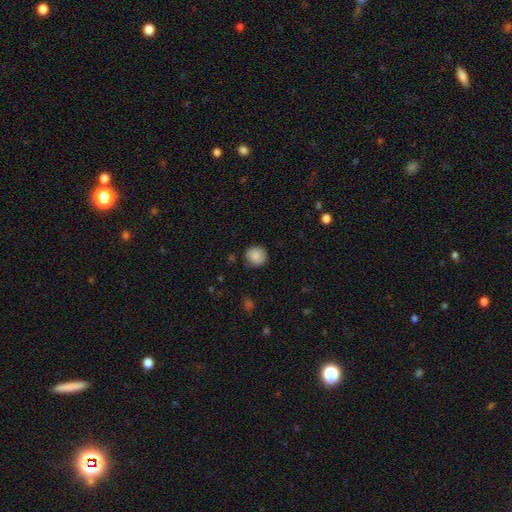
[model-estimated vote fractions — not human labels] smooth_or_featured: smooth (p=0.86) [alt: star or artifact p=0.08]
how_rounded: round (p=0.88) [alt: in between p=0.11]
merging: none (p=0.82) [alt: minor disturbance p=0.13]